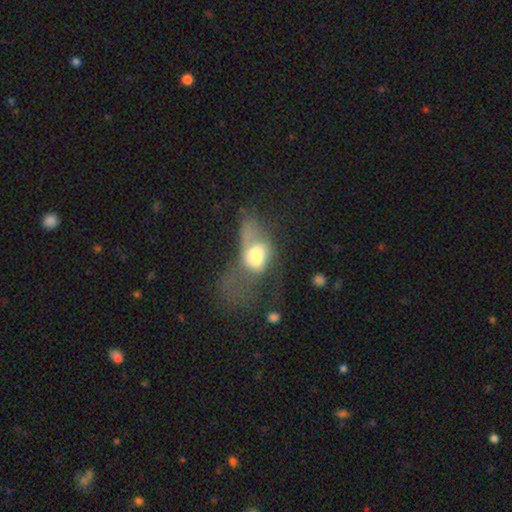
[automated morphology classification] smooth_or_featured: smooth (p=0.60) [alt: featured or disk p=0.30]
how_rounded: in between (p=0.75) [alt: round p=0.22]
merging: major disturbance (p=0.59) [alt: none p=0.16]